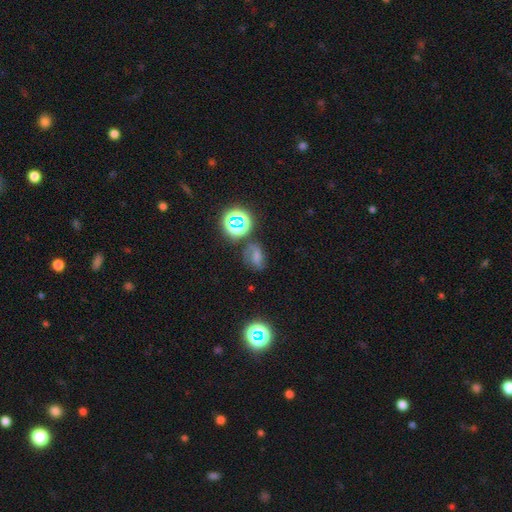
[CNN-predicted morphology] Smooth or featured? Predicted: smooth (p=0.38). Merging? Predicted: none (p=0.55).